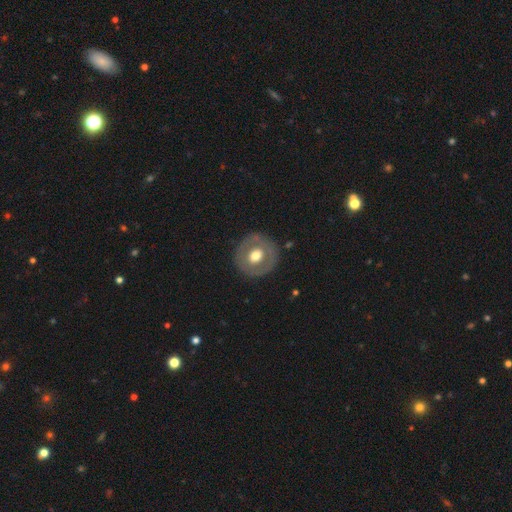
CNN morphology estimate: This appears to be a smooth galaxy with no disk features (49%). Merging: none (84%).